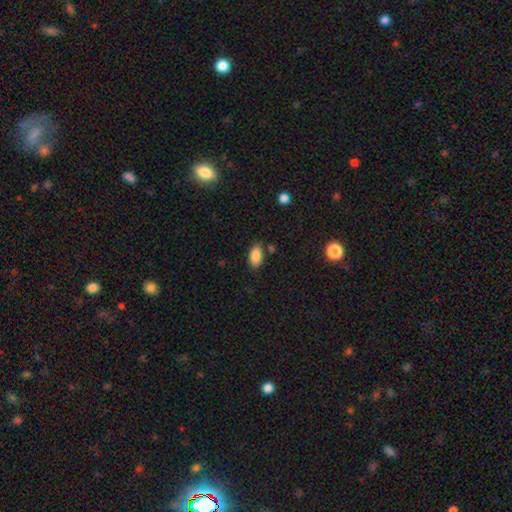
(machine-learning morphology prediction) smooth 87%, star or artifact 8%, featured or disk 4%. Down the decision tree: how rounded — in between (93%); merging — none (78%).